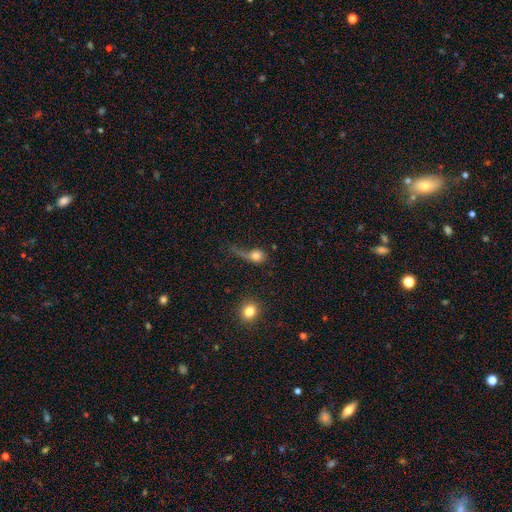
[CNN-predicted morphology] Overall: smooth (67%). How rounded: round (66%; in between 30%). Merging: major disturbance (45%; none 27%).